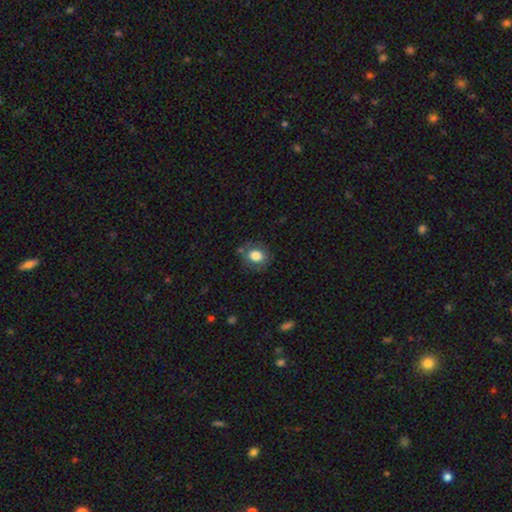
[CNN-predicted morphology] type=smooth (79%); roundness=round (55%); merging=none (75%).